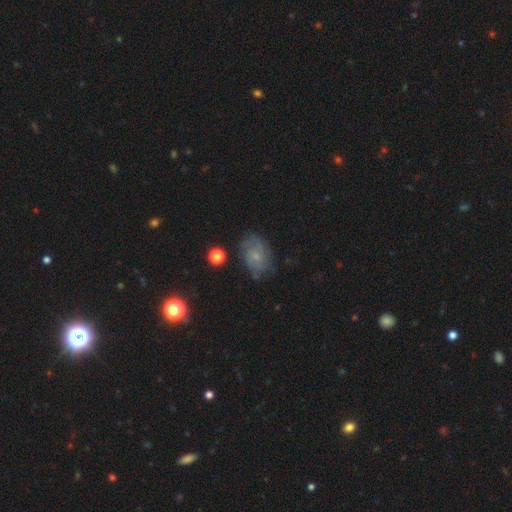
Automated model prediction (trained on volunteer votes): This appears to be a featured or disk galaxy (56%) with no bar (75%), spiral arms (81%) and a small central bulge (73%). Merging: none (69%).